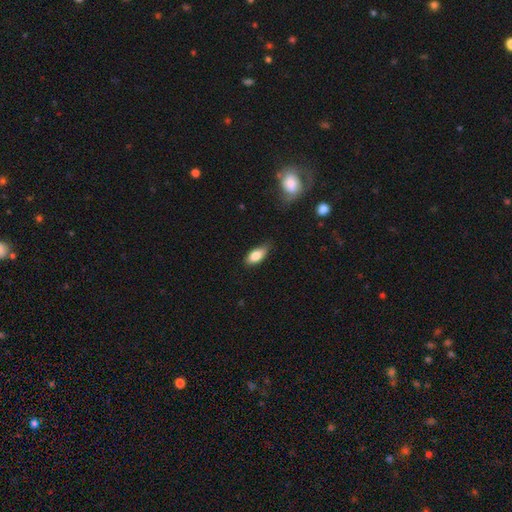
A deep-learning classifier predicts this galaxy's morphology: Q: Smooth or featured?
A: smooth (82%); runner-up: featured or disk (11%)
Q: How rounded?
A: in between (87%); runner-up: cigar-shaped (10%)
Q: Merging?
A: none (71%); runner-up: minor disturbance (24%)